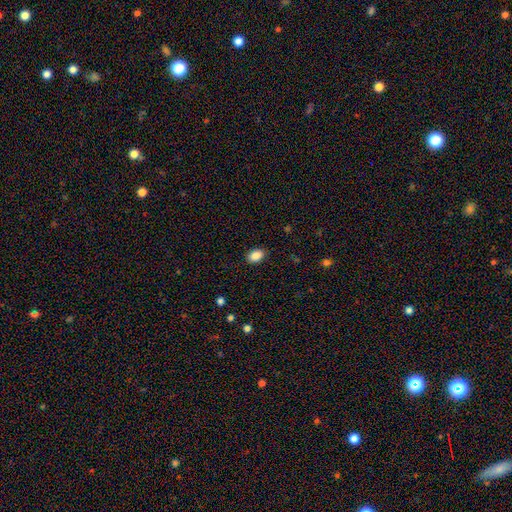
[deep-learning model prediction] Overall: smooth (88%). How rounded: in between (85%). Merging: none (88%).